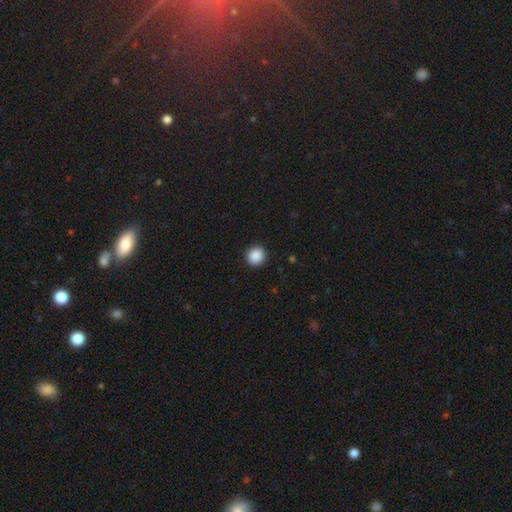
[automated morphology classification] smooth-or-featured: smooth: 89% | star or artifact: 9% | featured or disk: 2%
  how-rounded: round: 88% | in between: 11% | cigar-shaped: 1%
  merging: none: 92% | minor disturbance: 6% | major disturbance: 2% | merger: 1%